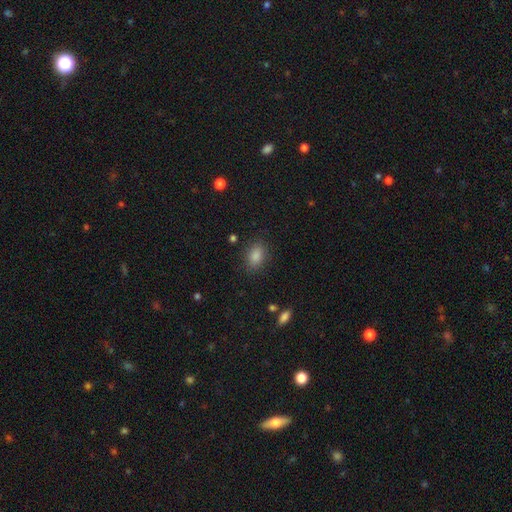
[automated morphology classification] This is clearly a smooth galaxy (84%). How rounded: clearly in between (81%). Merging: clearly none (86%).